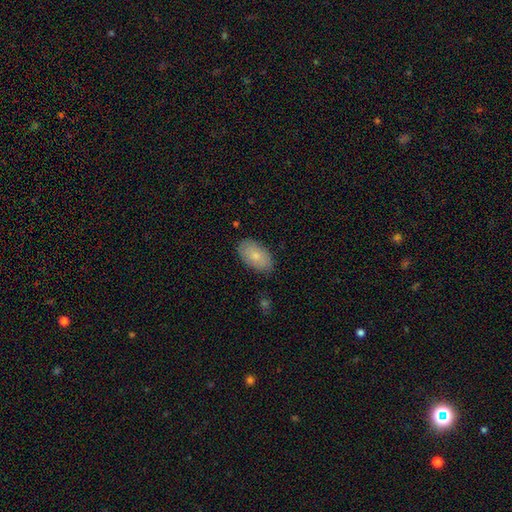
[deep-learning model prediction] Smooth or featured? Predicted: smooth (p=0.79). How rounded? Predicted: in between (p=0.94). Merging? Predicted: none (p=0.84).